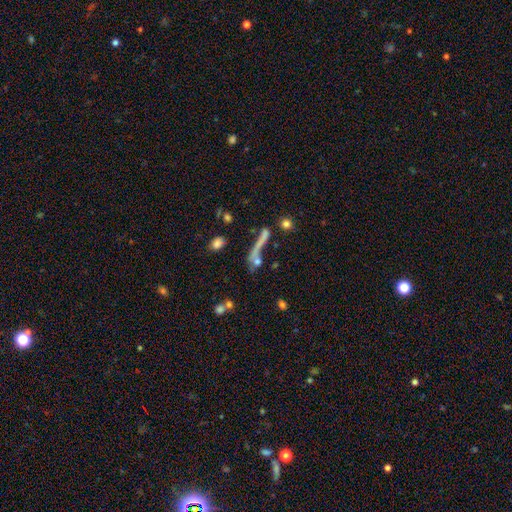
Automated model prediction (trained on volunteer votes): smooth 51%, featured or disk 32%, star or artifact 17%. Down the decision tree: how rounded — cigar-shaped (63%); merging — none (41%).